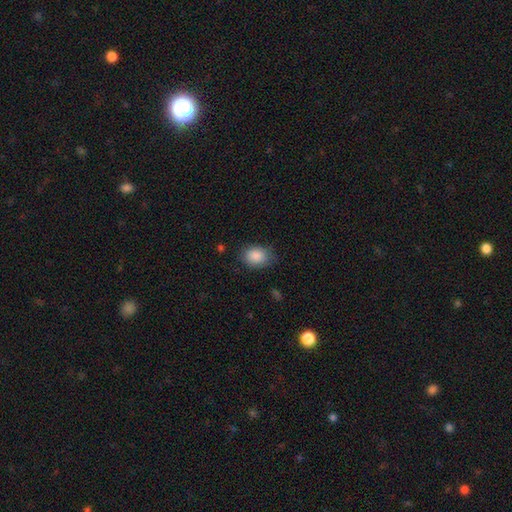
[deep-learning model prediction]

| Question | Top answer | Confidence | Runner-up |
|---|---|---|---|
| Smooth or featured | smooth | 88% | star or artifact (8%) |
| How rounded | in between | 67% | round (32%) |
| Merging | none | 76% | minor disturbance (18%) |